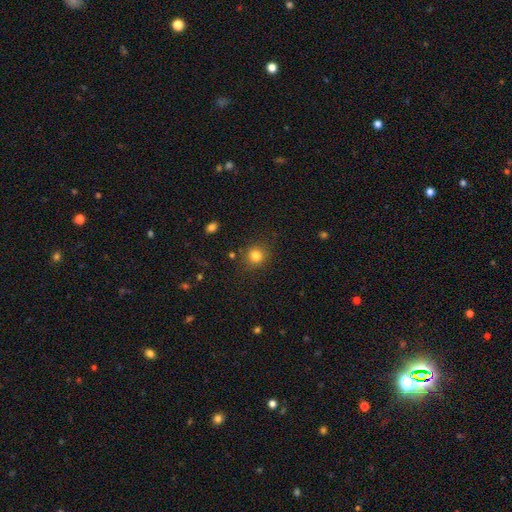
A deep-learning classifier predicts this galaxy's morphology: Smooth or featured? Predicted: smooth (p=0.82). How rounded? Predicted: round (p=0.87). Merging? Predicted: none (p=0.86).